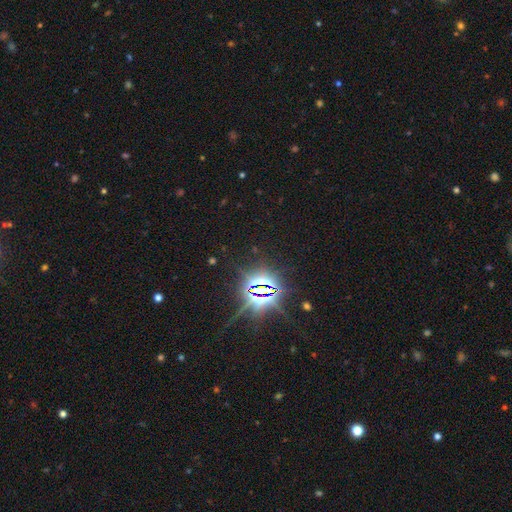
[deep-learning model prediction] A star or artifact, not a galaxy (87%).

Vote fractions:
- Smooth or featured? star or artifact: 87% / smooth: 7% / featured or disk: 6%